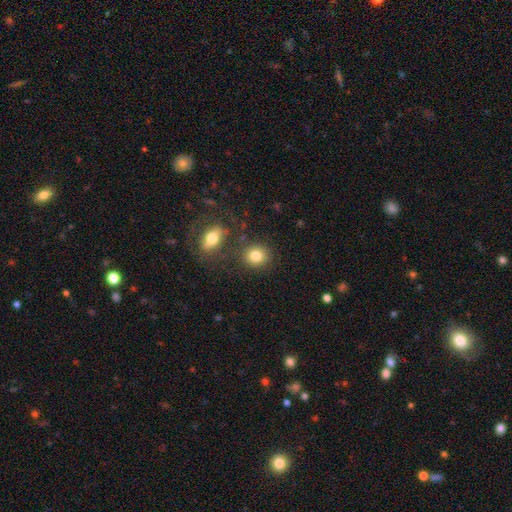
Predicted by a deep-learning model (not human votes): smooth 82%, star or artifact 10%, featured or disk 8%. Down the decision tree: how rounded — round (79%); merging — none (79%).